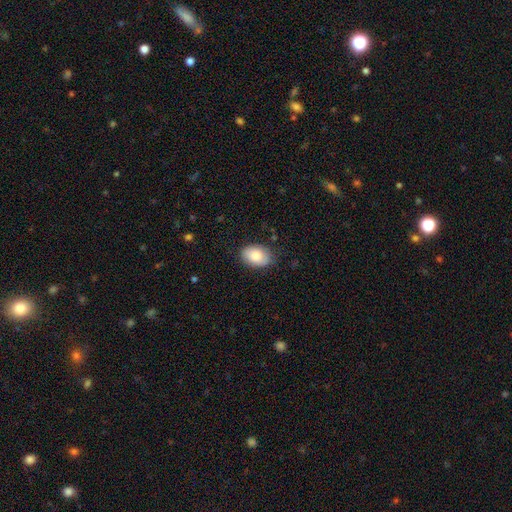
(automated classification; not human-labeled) Q: Smooth or featured?
A: smooth (83%); runner-up: featured or disk (11%)
Q: How rounded?
A: in between (86%); runner-up: round (13%)
Q: Merging?
A: none (80%); runner-up: minor disturbance (15%)